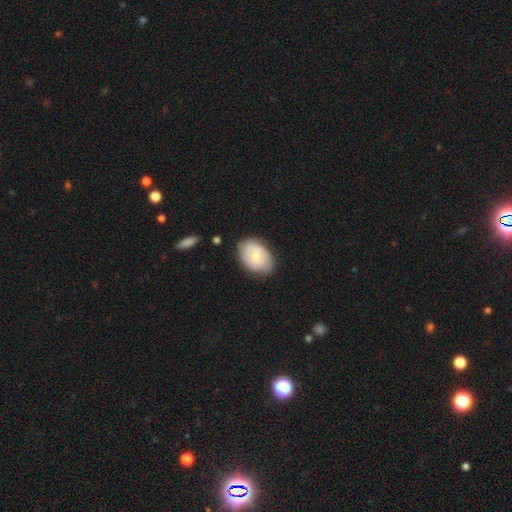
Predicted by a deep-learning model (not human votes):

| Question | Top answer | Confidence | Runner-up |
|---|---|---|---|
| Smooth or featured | smooth | 49% | featured or disk (45%) |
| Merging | none | 74% | minor disturbance (20%) |